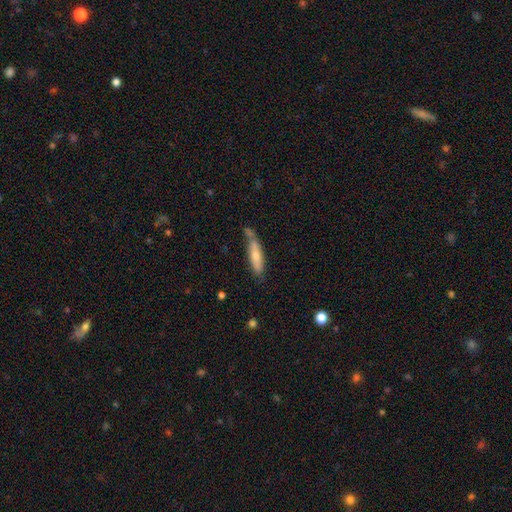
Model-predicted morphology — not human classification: type=smooth (70%); roundness=cigar-shaped (74%); merging=none (58%).